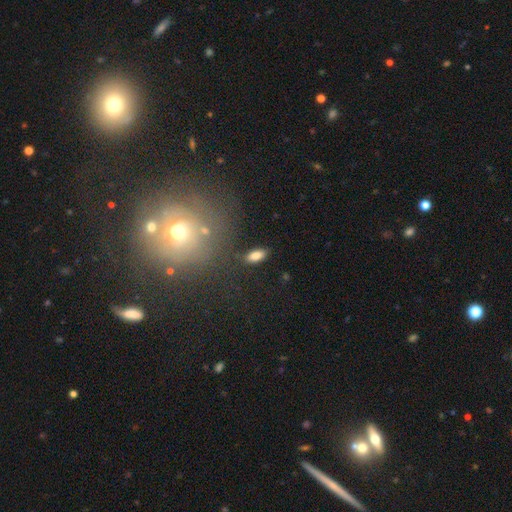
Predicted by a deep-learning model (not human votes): This is clearly a smooth galaxy (83%). How rounded: clearly in between (85%). Merging: clearly none (84%).